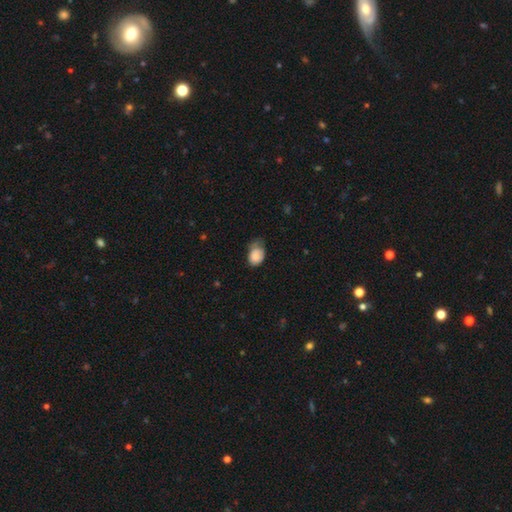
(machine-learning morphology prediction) A smooth galaxy with no disk features (81%) that is in between round and cigar-shaped (77%). Merging: minor disturbance (45%).